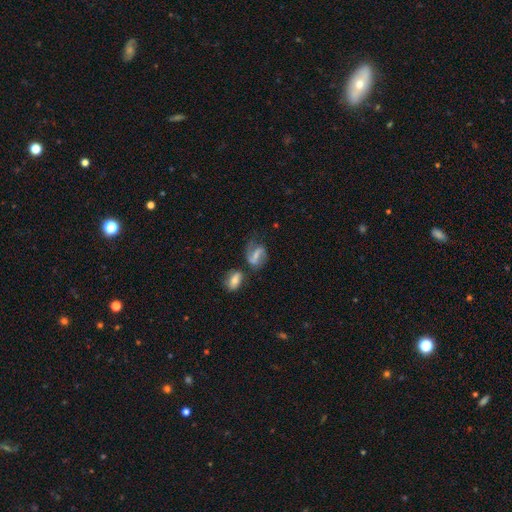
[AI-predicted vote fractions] A featured or disk galaxy (68%) with a strong bar (46%), 2 (83%) loose (45%) spiral arms (87%) and a small central bulge (46%). Merging: none (51%).